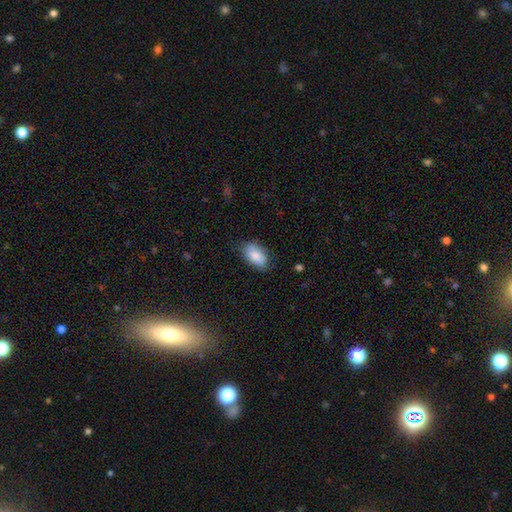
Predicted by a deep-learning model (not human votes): Overall: smooth (83%). How rounded: in between (93%). Merging: none (77%).